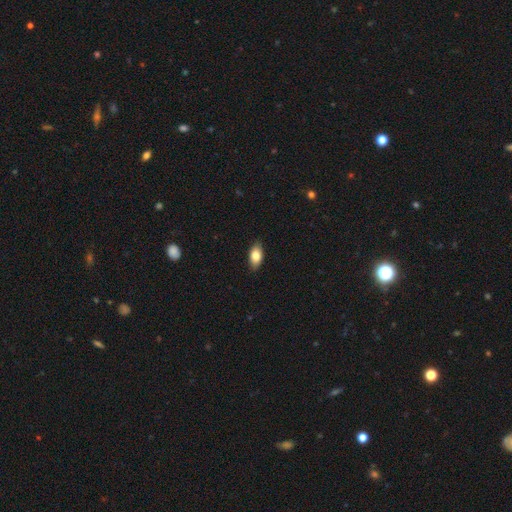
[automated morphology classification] Smooth or featured? smooth (82%)
How rounded? in between (90%)
Merging? none (88%)